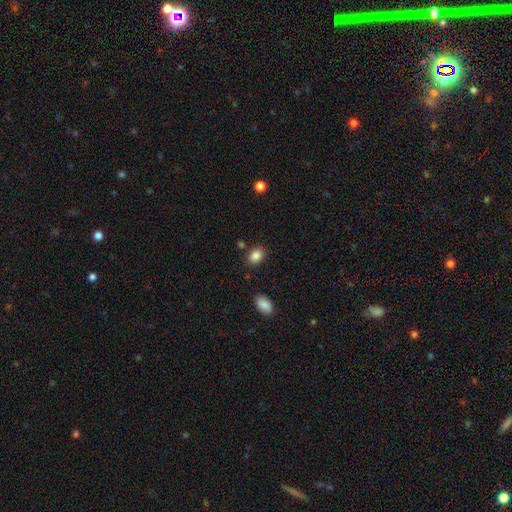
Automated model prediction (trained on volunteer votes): The model was most divided on "how rounded": in between: 67%, round: 32%, cigar-shaped: 1%. More confident: smooth or featured — smooth (86%); merging — none (83%).